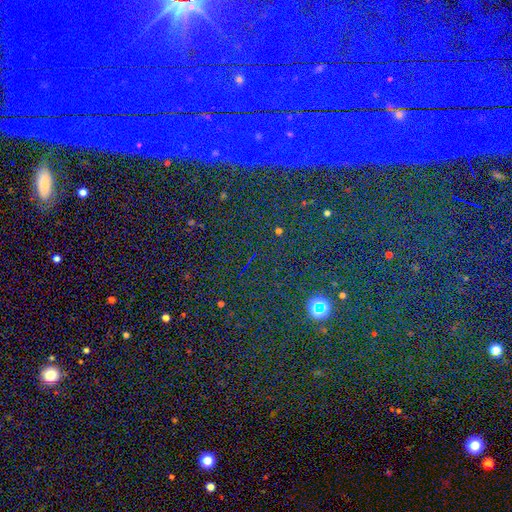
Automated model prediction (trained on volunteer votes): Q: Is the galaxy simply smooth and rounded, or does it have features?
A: star or artifact — 77%.